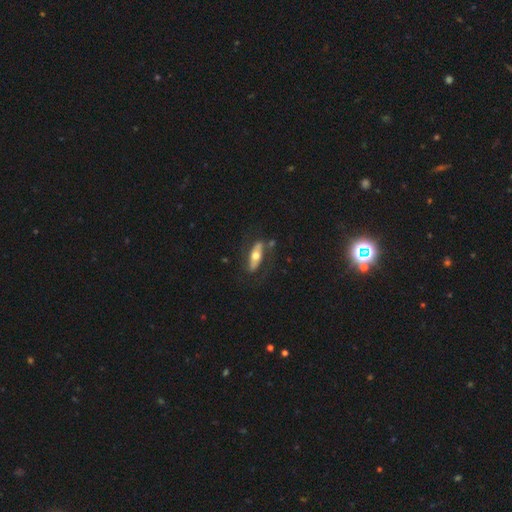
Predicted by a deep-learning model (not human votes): This is possibly a featured or disk galaxy (50%). It is possibly not viewed edge-on (52%). Merging: likely none (68%).